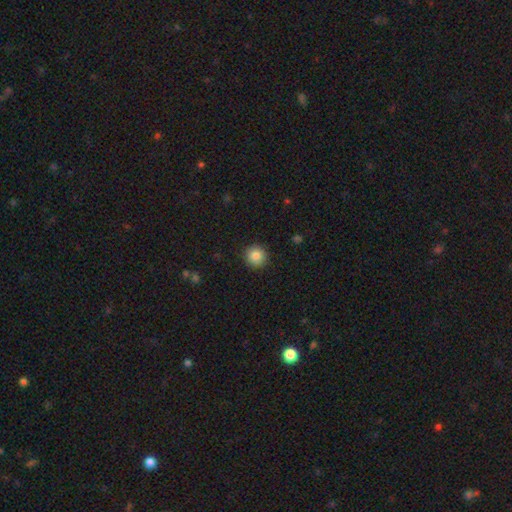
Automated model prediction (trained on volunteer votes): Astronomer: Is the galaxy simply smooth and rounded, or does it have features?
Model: smooth — 85%.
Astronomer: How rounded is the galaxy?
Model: round — 95%.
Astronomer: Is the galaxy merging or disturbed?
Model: none — 91%.